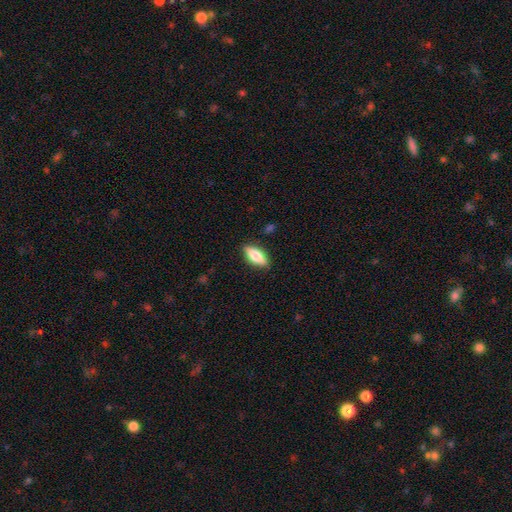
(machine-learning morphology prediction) This is likely a smooth galaxy (66%). How rounded: likely in between (73%). Merging: clearly none (86%).